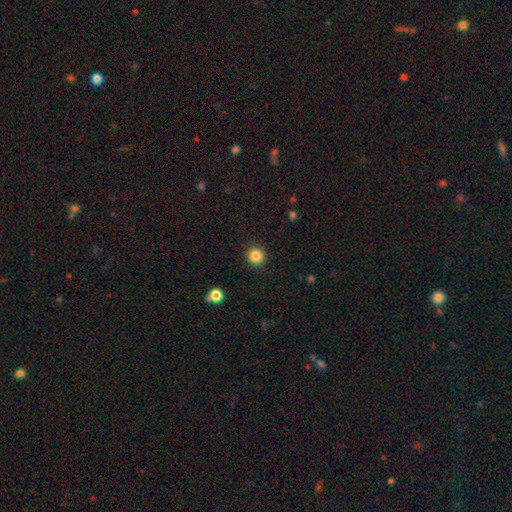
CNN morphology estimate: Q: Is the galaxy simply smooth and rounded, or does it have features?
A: smooth — 85%.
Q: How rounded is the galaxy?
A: round — 95%.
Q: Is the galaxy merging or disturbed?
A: none — 91%.